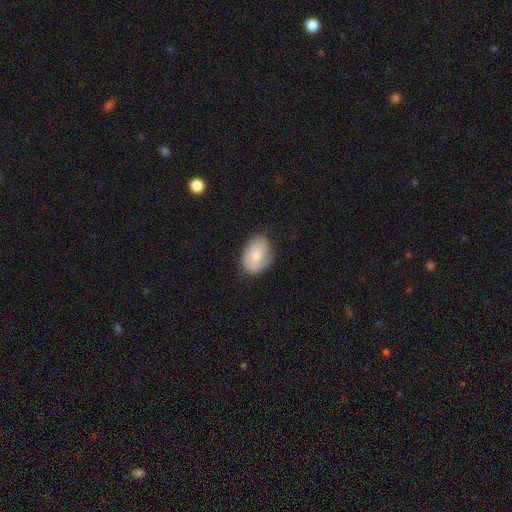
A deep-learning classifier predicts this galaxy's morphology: smooth_or_featured: smooth (p=0.72) [alt: featured or disk p=0.21]
how_rounded: in between (p=0.80) [alt: round p=0.19]
merging: none (p=0.65) [alt: minor disturbance p=0.28]